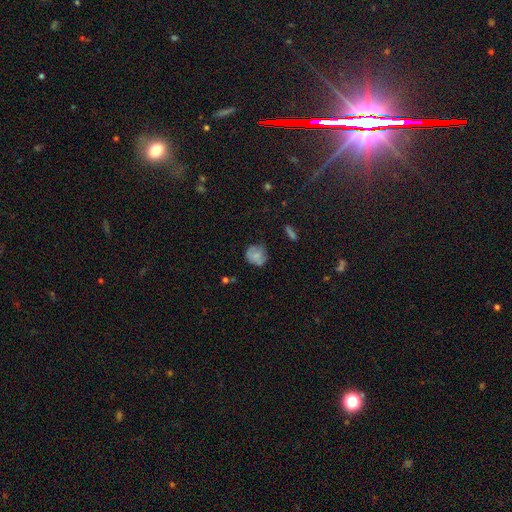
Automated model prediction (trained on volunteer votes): This is likely a smooth galaxy (69%). How rounded: likely round (75%). Merging: possibly none (59%).